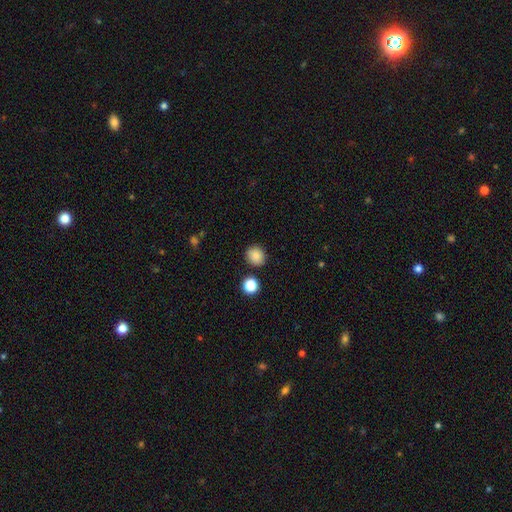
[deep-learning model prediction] smooth-or-featured: smooth: 86% | star or artifact: 10% | featured or disk: 4%
  how-rounded: round: 82% | in between: 17% | cigar-shaped: 1%
  merging: none: 87% | minor disturbance: 8% | merger: 3% | major disturbance: 2%